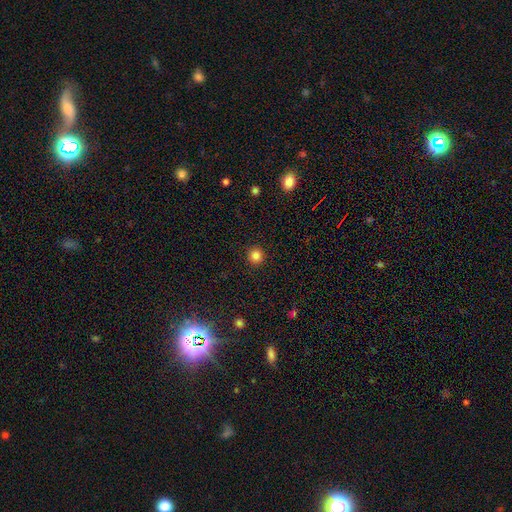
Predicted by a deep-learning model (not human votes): smooth_or_featured: smooth (p=0.84) [alt: star or artifact p=0.12]
how_rounded: round (p=0.95) [alt: in between p=0.04]
merging: none (p=0.93) [alt: minor disturbance p=0.05]